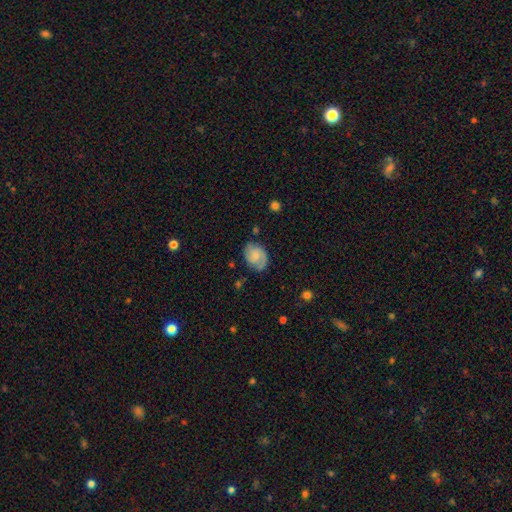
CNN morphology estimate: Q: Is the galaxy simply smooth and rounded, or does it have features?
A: featured or disk — 54%.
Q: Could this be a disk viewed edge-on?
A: no — 97%.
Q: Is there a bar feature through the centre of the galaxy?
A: no — 60%.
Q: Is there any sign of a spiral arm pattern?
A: yes — 90%.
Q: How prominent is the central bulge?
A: small — 46%.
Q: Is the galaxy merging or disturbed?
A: none — 70%.